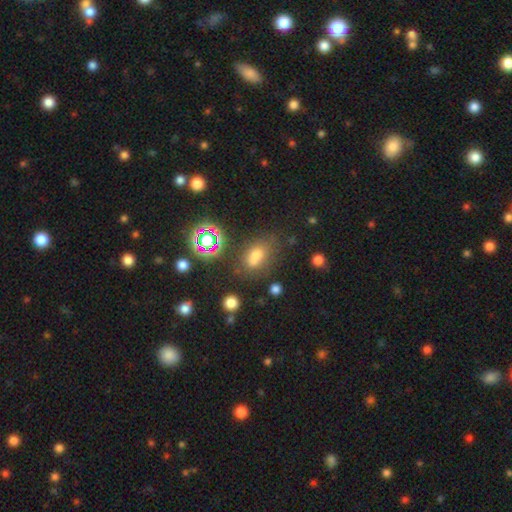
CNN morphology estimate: Q: Smooth or featured?
A: smooth (61%); runner-up: star or artifact (25%)
Q: How rounded?
A: in between (73%); runner-up: round (22%)
Q: Merging?
A: none (61%); runner-up: minor disturbance (18%)